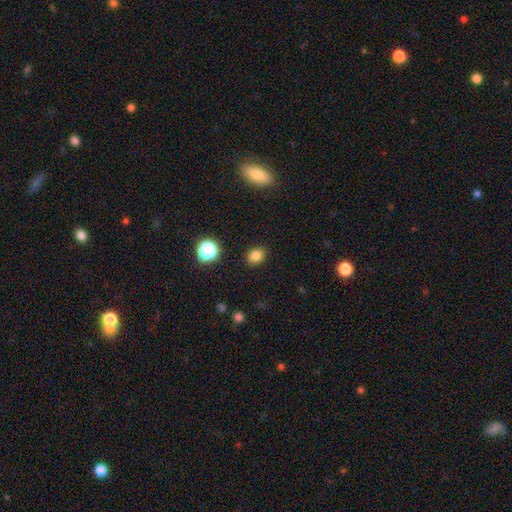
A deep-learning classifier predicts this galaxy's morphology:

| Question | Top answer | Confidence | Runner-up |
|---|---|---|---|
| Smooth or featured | smooth | 81% | star or artifact (14%) |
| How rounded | round | 60% | in between (39%) |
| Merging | none | 89% | minor disturbance (8%) |